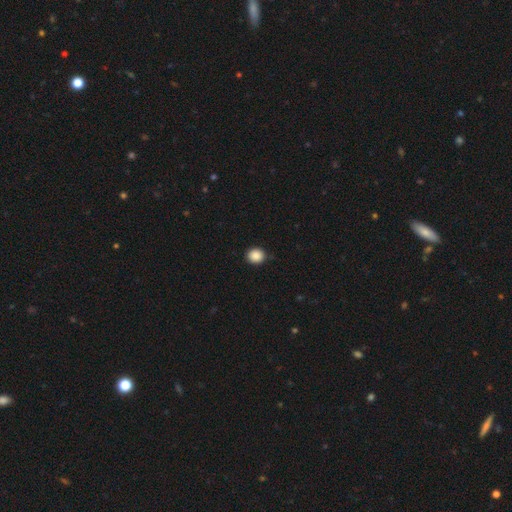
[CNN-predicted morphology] Smooth or featured: smooth — 88% (star or artifact — 9%)
How rounded: round — 85% (in between — 15%)
Merging: none — 89% (minor disturbance — 8%)